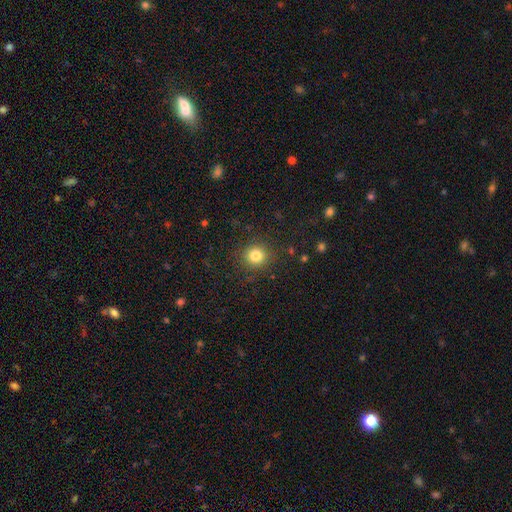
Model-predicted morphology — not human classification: This appears to be a smooth galaxy with no disk features (82%) that is round (90%). Merging: none (88%).